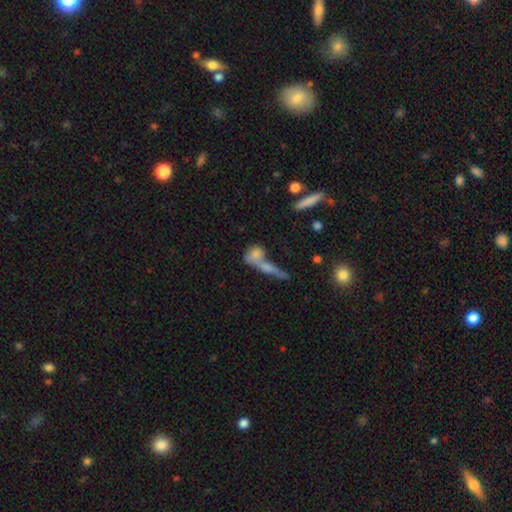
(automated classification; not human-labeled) The model was most divided on "how rounded": in between: 44%, round: 30%, cigar-shaped: 26%. More confident: smooth or featured — smooth (65%); merging — merger (54%).